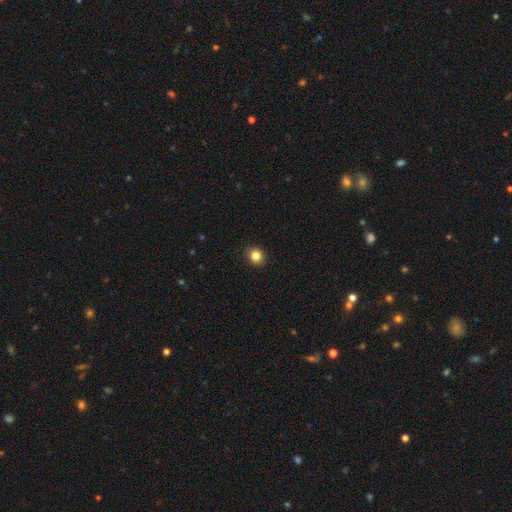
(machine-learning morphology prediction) Smooth or featured? Predicted: smooth (p=0.84). How rounded? Predicted: round (p=0.81). Merging? Predicted: none (p=0.92).